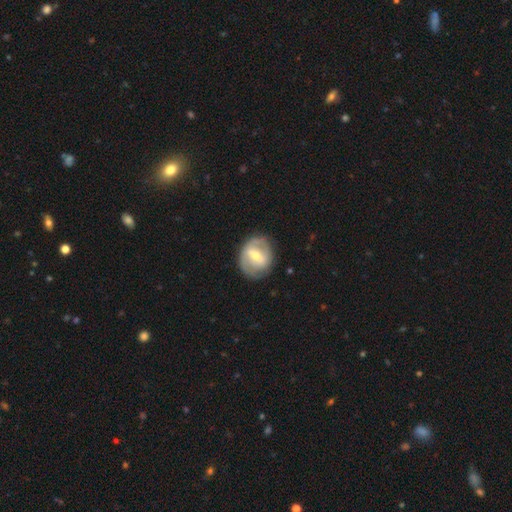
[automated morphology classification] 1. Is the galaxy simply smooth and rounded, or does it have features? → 69% featured or disk, 26% smooth, 6% star or artifact.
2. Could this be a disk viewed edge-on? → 95% no, 5% yes.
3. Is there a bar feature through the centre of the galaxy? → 48% strong, 39% weak, 13% no.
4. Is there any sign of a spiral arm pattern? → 64% yes, 36% no.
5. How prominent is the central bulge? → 55% moderate, 38% small, 4% large, 1% none, 1% dominant.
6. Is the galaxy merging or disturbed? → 78% none, 14% minor disturbance, 6% major disturbance, 1% merger.